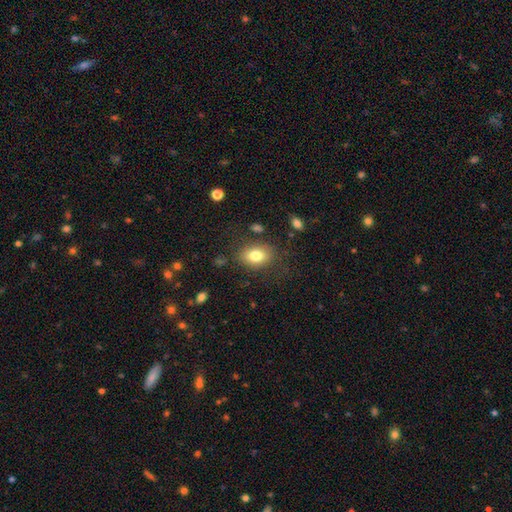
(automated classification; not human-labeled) Smooth or featured?
  - smooth: 79% *
  - featured or disk: 12%
  - star or artifact: 9%
How rounded?
  - in between: 73% *
  - round: 25%
  - cigar-shaped: 1%
Merging?
  - none: 77% *
  - minor disturbance: 14%
  - major disturbance: 6%
  - merger: 3%